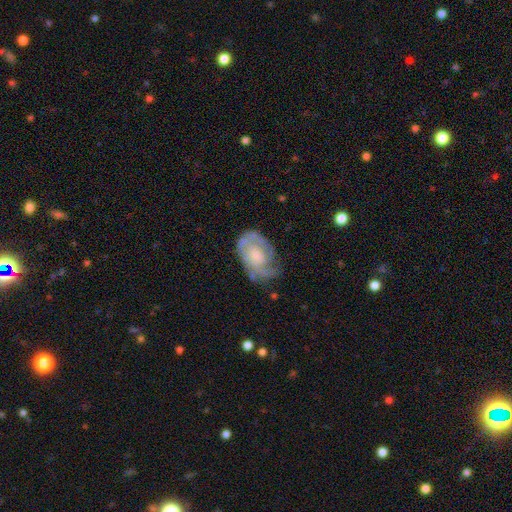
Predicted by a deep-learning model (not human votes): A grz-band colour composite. It shows a featured or disk galaxy (71%) with no bar (74%), 2 (41%) tight (51%) spiral arms (82%) and a moderate central bulge (39%). Merging: none (57%).